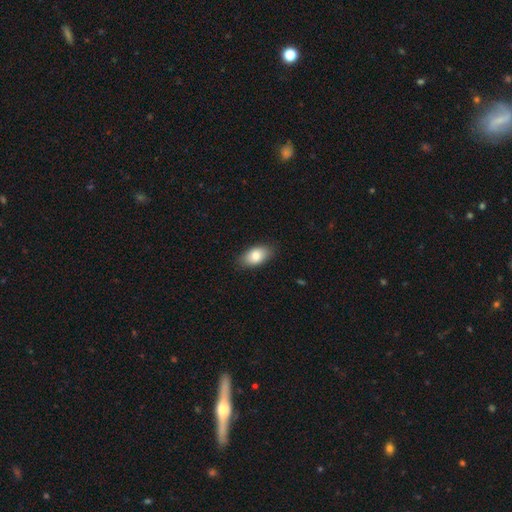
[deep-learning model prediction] Q: Smooth or featured?
A: smooth (83%); runner-up: featured or disk (11%)
Q: How rounded?
A: in between (92%); runner-up: round (6%)
Q: Merging?
A: none (86%); runner-up: minor disturbance (11%)